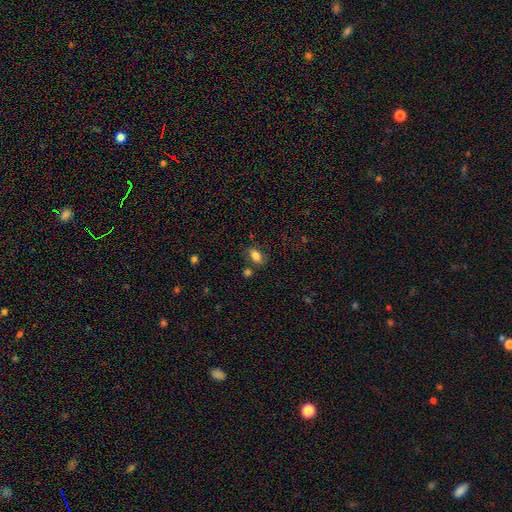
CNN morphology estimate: type=smooth (82%); roundness=in between (87%); merging=none (72%).